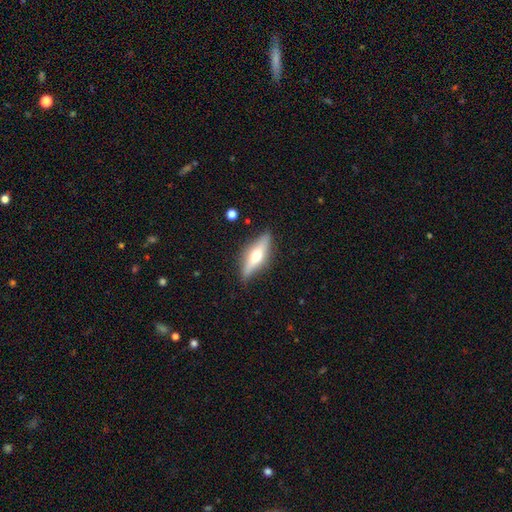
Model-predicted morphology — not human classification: Smooth or featured?
  - featured or disk: 58% *
  - smooth: 36%
  - star or artifact: 6%
Edge-on disk?
  - yes: 91% *
  - no: 9%
Edge-on bulge?
  - rounded: 94% *
  - boxy: 4%
  - none: 3%
Merging?
  - none: 85% *
  - minor disturbance: 11%
  - major disturbance: 3%
  - merger: 1%